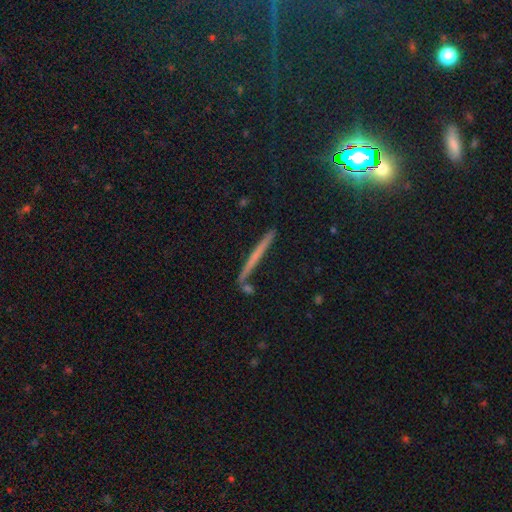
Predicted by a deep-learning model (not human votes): A featured or disk galaxy (43%, tied with smooth). Merging: none (83%).